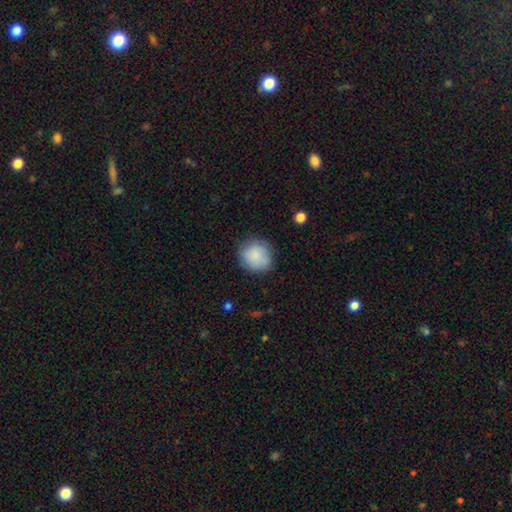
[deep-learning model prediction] A smooth galaxy with no disk features (86%) that is round (86%). Merging: none (81%).